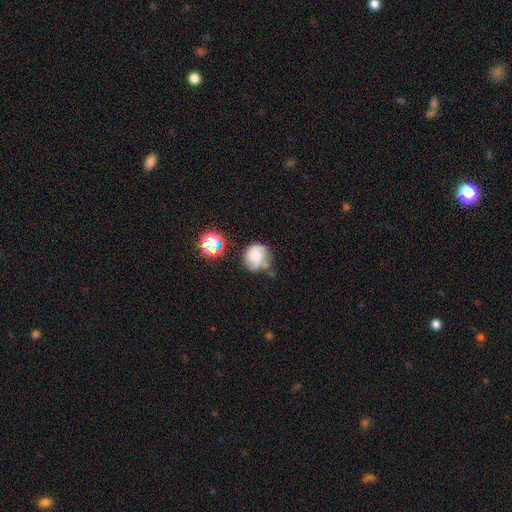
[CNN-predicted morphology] This is likely a smooth galaxy (68%). How rounded: likely round (79%). Merging: possibly none (47%).